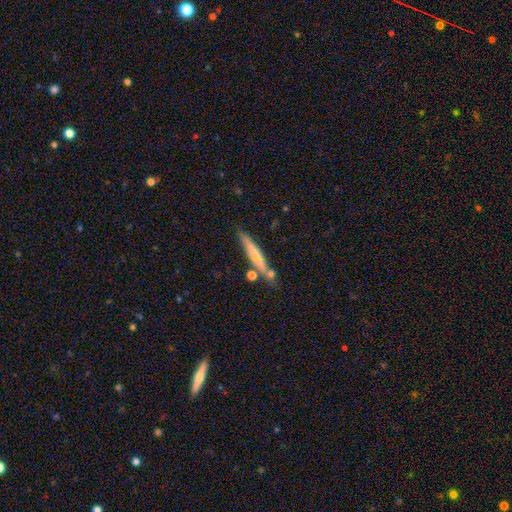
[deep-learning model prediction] Q: Smooth or featured?
A: smooth (52%); runner-up: featured or disk (41%)
Q: How rounded?
A: cigar-shaped (92%); runner-up: in between (6%)
Q: Merging?
A: none (72%); runner-up: minor disturbance (14%)